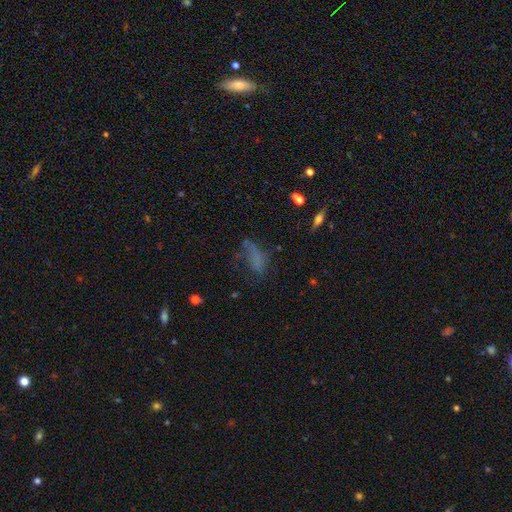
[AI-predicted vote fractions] smooth_or_featured: smooth (p=0.52) [alt: featured or disk p=0.26]
how_rounded: in between (p=0.74) [alt: cigar-shaped p=0.19]
merging: none (p=0.36) [alt: major disturbance p=0.35]